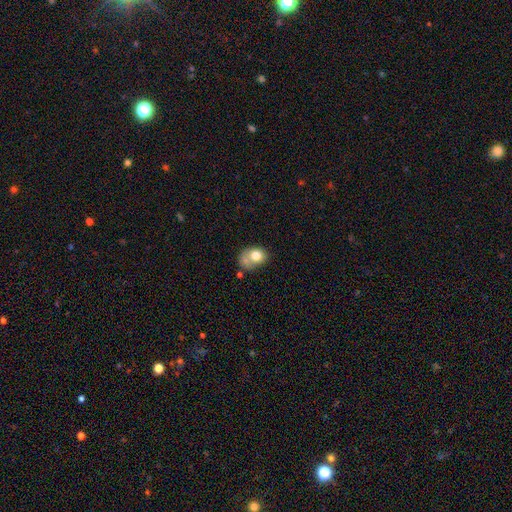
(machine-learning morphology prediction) This appears to be a smooth galaxy with no disk features (74%) that is in between round and cigar-shaped (57%). Merging: none (34%).